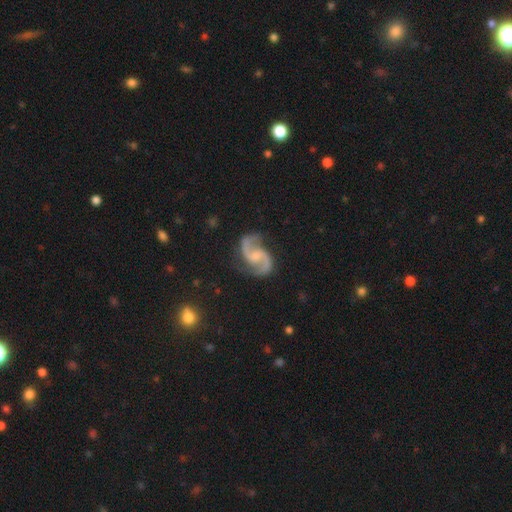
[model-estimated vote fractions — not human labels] Smooth or featured? Predicted: featured or disk (p=0.93). Edge-on disk? Predicted: no (p=0.98). Bar? Predicted: no (p=0.47). Spiral arms? Predicted: yes (p=0.98). Spiral winding? Predicted: medium (p=0.52). Spiral arm count? Predicted: 2 (p=0.95). Bulge size? Predicted: small (p=0.39). Merging? Predicted: none (p=0.81).